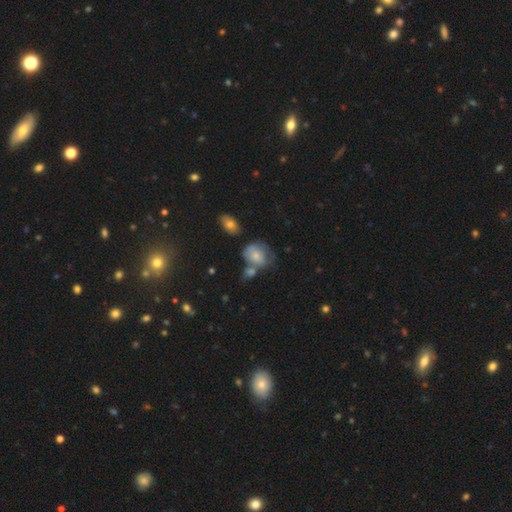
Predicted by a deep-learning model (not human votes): The model was most divided on "merging": none: 33%, merger: 28%, minor disturbance: 24%, major disturbance: 15%. More confident: smooth or featured — smooth (68%); how rounded — in between (53%).